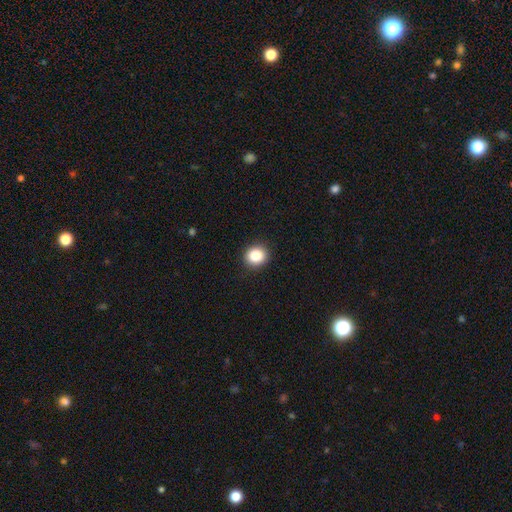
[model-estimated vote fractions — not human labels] Smooth or featured?
  - smooth: 85% *
  - star or artifact: 10%
  - featured or disk: 5%
How rounded?
  - round: 80% *
  - in between: 19%
  - cigar-shaped: 1%
Merging?
  - none: 92% *
  - minor disturbance: 6%
  - major disturbance: 2%
  - merger: 1%